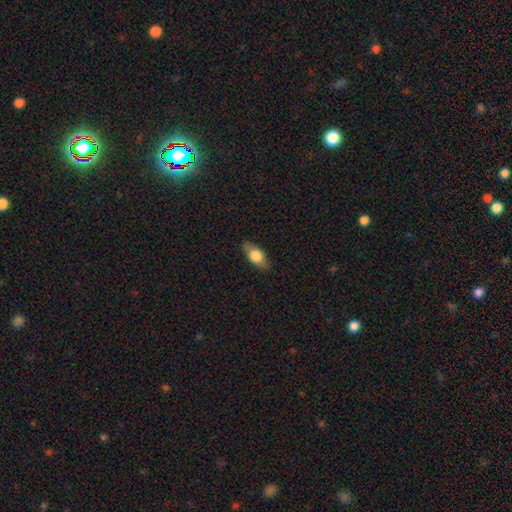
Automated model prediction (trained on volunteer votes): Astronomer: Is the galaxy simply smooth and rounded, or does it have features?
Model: smooth — 68%.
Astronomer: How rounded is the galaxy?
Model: in between — 82%.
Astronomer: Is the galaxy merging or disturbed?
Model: none — 83%.